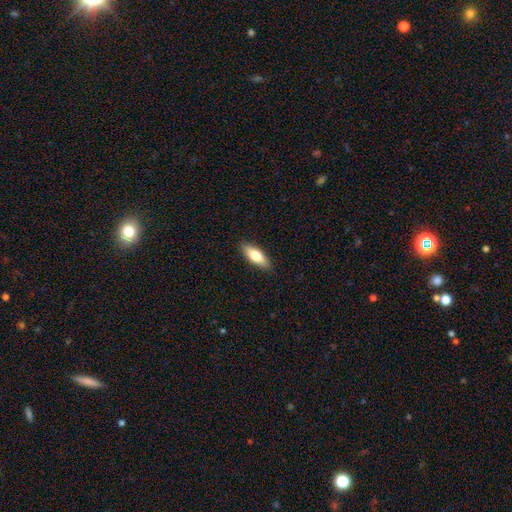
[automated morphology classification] type=smooth (75%); roundness=in between (67%); merging=none (89%).